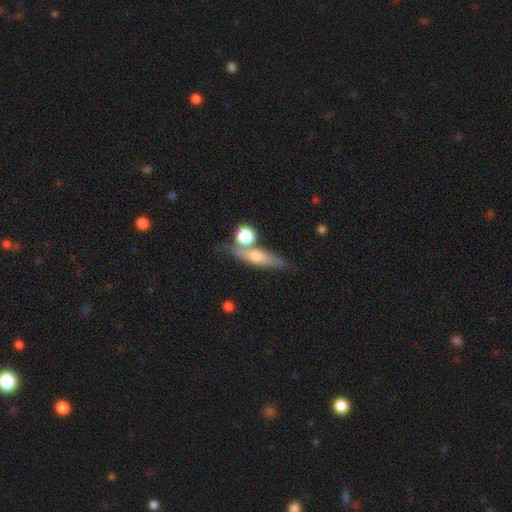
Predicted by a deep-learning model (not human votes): A featured or disk galaxy (48%). Merging: none (63%).